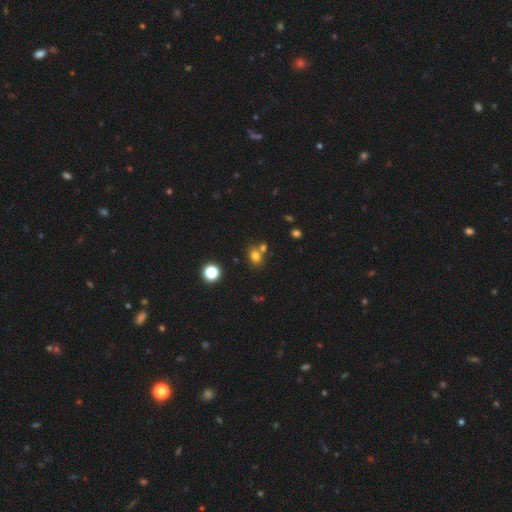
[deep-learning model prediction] The model was most divided on "how rounded": round: 51%, in between: 48%, cigar-shaped: 1%. More confident: smooth or featured — smooth (75%); merging — none (59%).